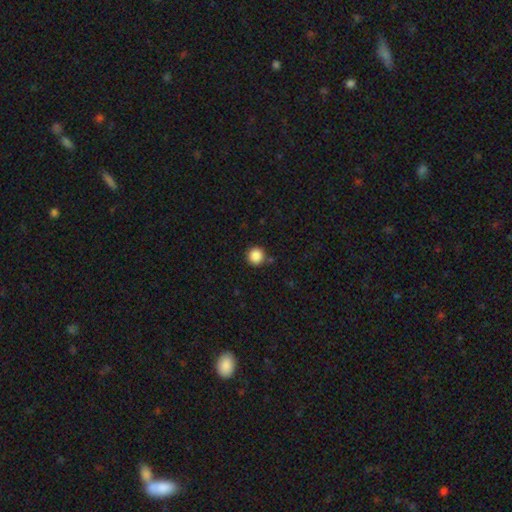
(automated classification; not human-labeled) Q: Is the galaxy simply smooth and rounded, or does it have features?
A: smooth — 87%.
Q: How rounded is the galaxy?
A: round — 95%.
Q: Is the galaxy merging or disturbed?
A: none — 87%.